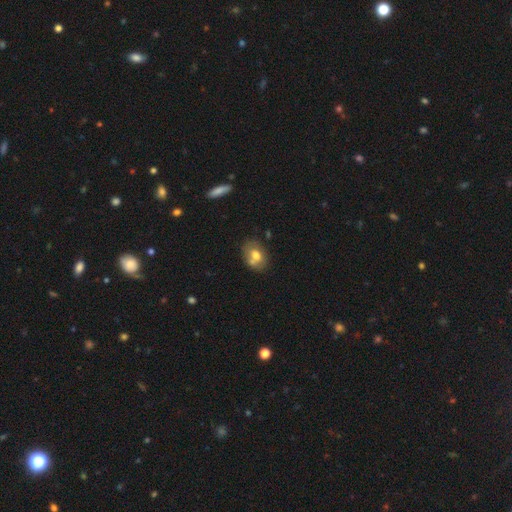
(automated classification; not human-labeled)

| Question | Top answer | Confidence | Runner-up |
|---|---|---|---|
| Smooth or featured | smooth | 67% | featured or disk (24%) |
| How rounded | in between | 65% | round (34%) |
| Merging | none | 57% | merger (21%) |